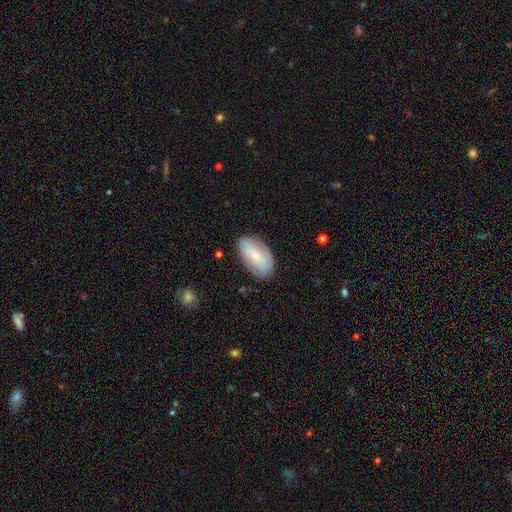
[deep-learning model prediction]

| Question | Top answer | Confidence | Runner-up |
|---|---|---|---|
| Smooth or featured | smooth | 55% | featured or disk (38%) |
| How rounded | in between | 93% | round (4%) |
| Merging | none | 81% | minor disturbance (15%) |